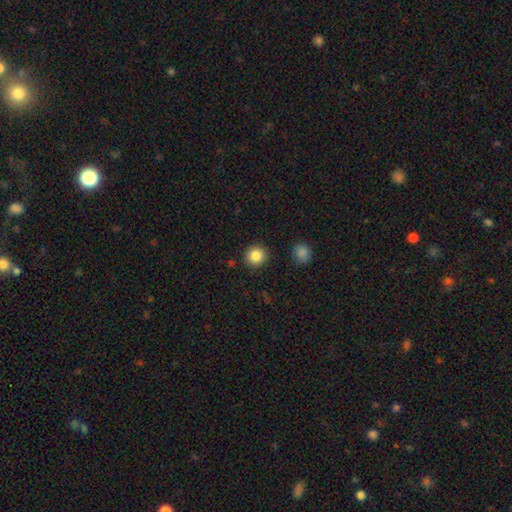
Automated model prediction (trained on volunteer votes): Smooth or featured? Predicted: smooth (p=0.86). How rounded? Predicted: round (p=0.92). Merging? Predicted: none (p=0.90).